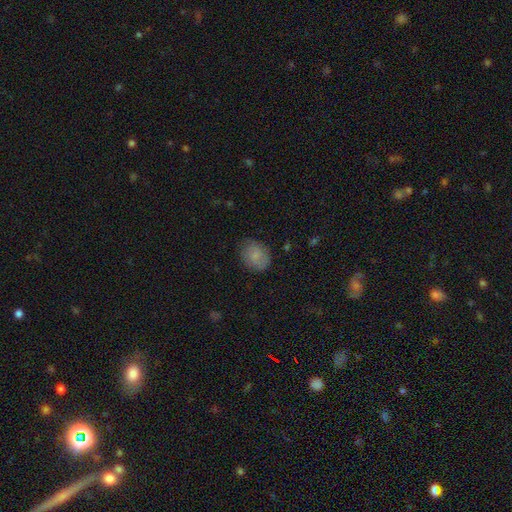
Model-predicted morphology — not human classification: The model was most divided on "how rounded": round: 56%, in between: 43%, cigar-shaped: 1%. More confident: smooth or featured — smooth (78%); merging — none (75%).